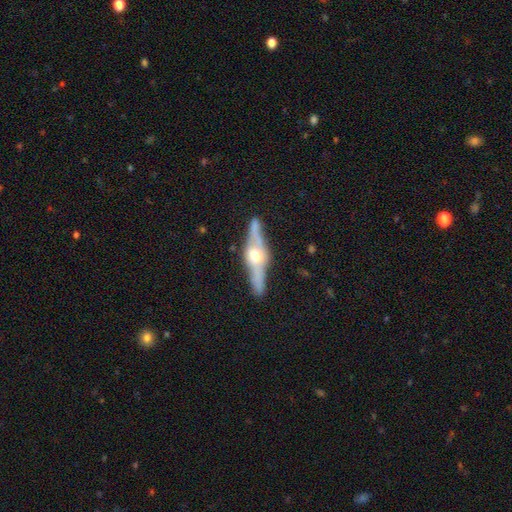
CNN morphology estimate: smooth-or-featured: featured or disk: 81% | smooth: 14% | star or artifact: 6%
  disk-edge-on: yes: 95% | no: 5%
    edge-on-bulge: rounded: 93% | boxy: 5% | none: 2%
  merging: none: 82% | minor disturbance: 12% | major disturbance: 3% | merger: 2%